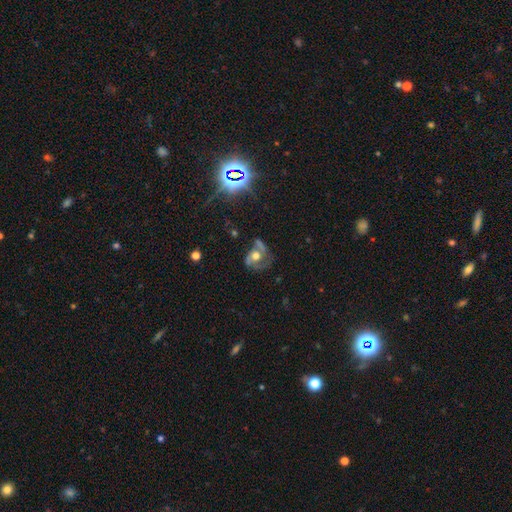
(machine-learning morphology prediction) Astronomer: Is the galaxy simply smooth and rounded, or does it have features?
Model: featured or disk — 59%.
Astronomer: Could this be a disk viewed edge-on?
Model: no — 96%.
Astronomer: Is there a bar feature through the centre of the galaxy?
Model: no — 75%.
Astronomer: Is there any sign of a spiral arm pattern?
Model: yes — 67%.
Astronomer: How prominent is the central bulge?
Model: moderate — 57%.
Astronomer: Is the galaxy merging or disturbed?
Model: none — 37% (runner-up: major disturbance, 30%).